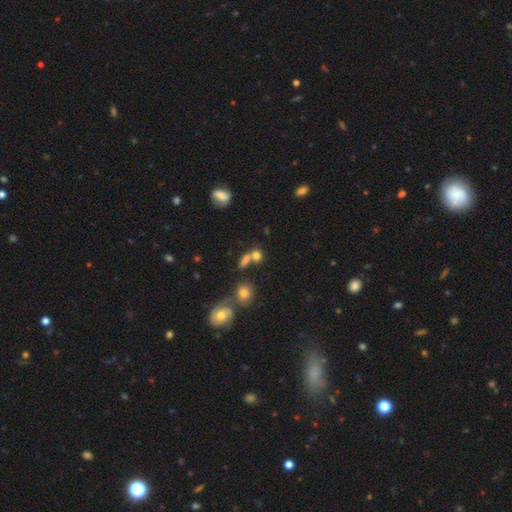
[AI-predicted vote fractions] smooth_or_featured: smooth (p=0.71) [alt: star or artifact p=0.15]
how_rounded: round (p=0.63) [alt: in between p=0.32]
merging: none (p=0.44) [alt: merger p=0.38]